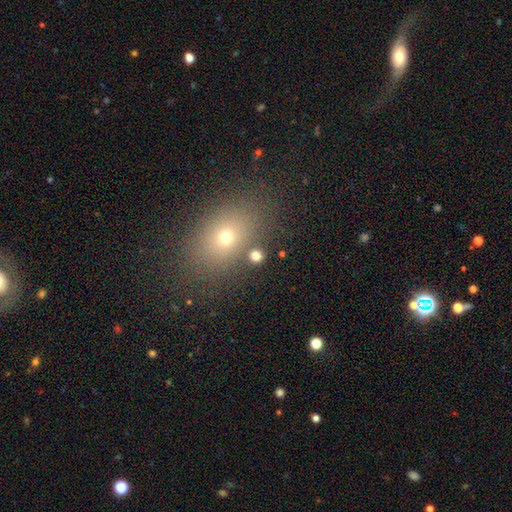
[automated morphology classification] Smooth or featured?
  - smooth: 73% *
  - star or artifact: 18%
  - featured or disk: 10%
How rounded?
  - round: 68% *
  - in between: 30%
  - cigar-shaped: 2%
Merging?
  - none: 78% *
  - merger: 9%
  - minor disturbance: 8%
  - major disturbance: 4%